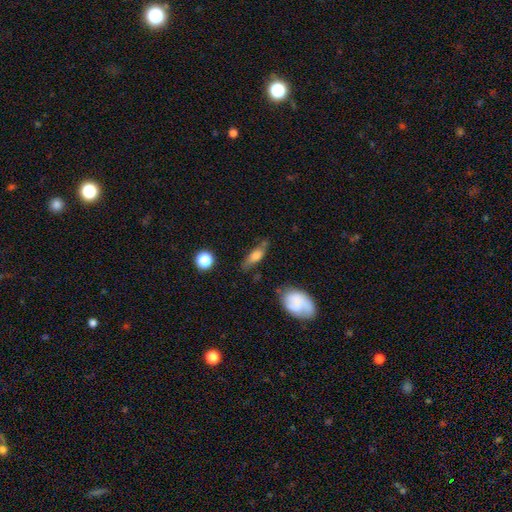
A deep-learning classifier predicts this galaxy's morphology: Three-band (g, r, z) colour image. It shows a smooth galaxy with no disk features (58%) that is in between round and cigar-shaped (54%). Merging: none (66%).